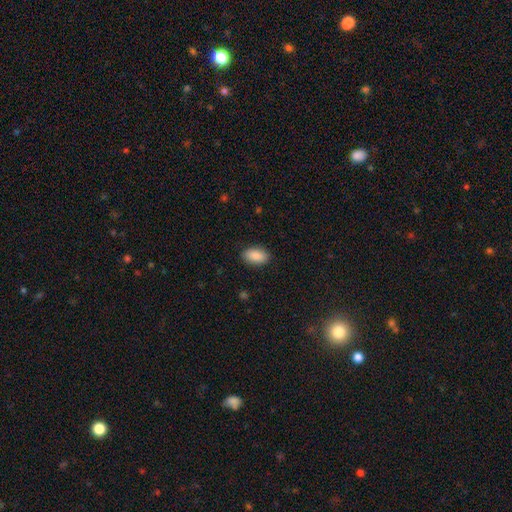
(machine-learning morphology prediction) A smooth galaxy with no disk features (89%) that is in between round and cigar-shaped (93%).

Vote fractions:
- Smooth or featured? smooth: 89% / star or artifact: 7% / featured or disk: 4%
- How rounded? in between: 93% / round: 5% / cigar-shaped: 2%
- Merging? none: 88% / minor disturbance: 8% / major disturbance: 2% / merger: 1%